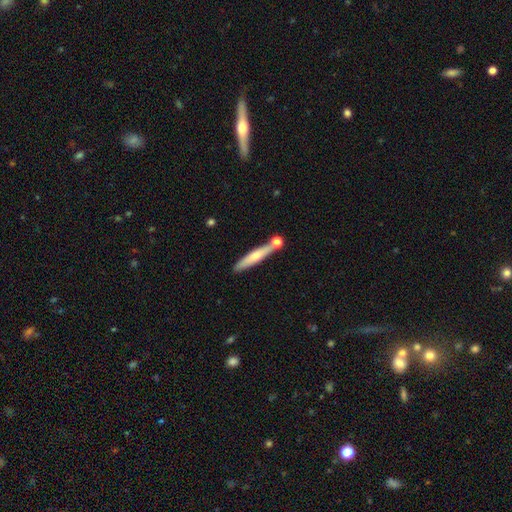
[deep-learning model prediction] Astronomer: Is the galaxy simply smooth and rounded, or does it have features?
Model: smooth — 57% (runner-up: featured or disk, 37%).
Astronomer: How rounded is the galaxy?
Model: cigar-shaped — 91%.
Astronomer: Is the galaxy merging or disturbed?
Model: none — 70%.